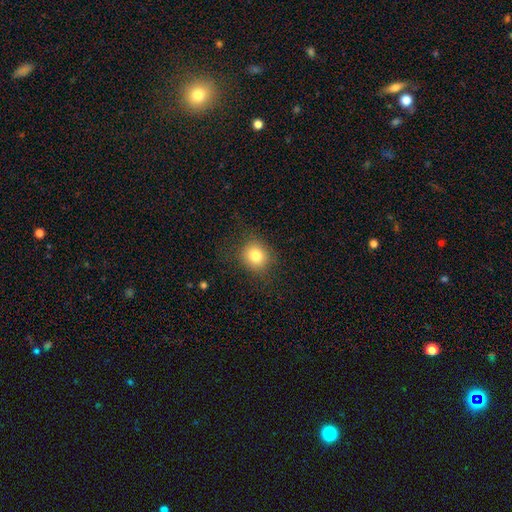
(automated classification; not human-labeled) A smooth galaxy with no disk features (80%) that is round (81%).

Vote fractions:
- Smooth or featured? smooth: 80% / star or artifact: 12% / featured or disk: 9%
- How rounded? round: 81% / in between: 18% / cigar-shaped: 1%
- Merging? none: 83% / minor disturbance: 12% / major disturbance: 5% / merger: 1%